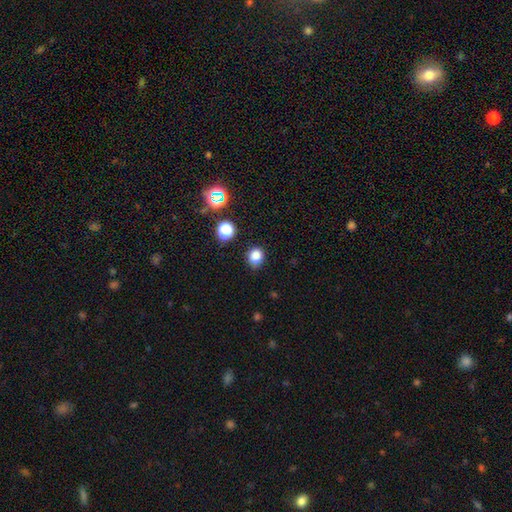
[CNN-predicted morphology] This is clearly a smooth galaxy (81%). How rounded: likely round (68%). Merging: likely none (79%).